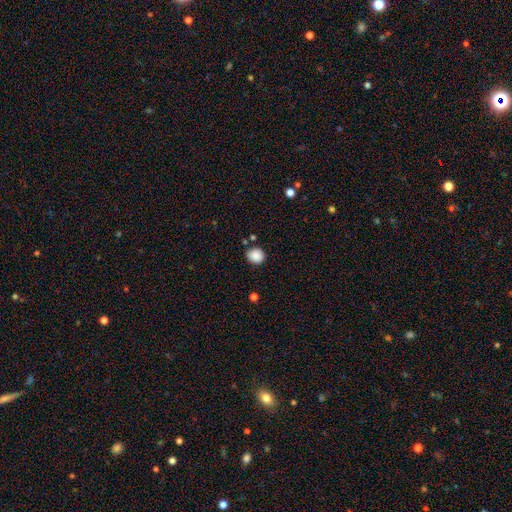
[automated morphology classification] This is clearly a smooth galaxy (88%). How rounded: clearly round (85%). Merging: clearly none (85%).